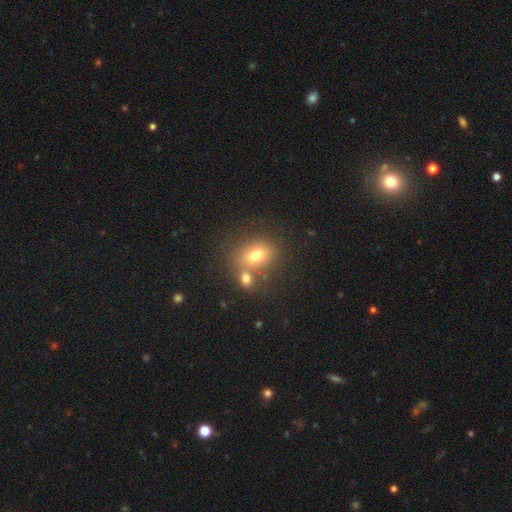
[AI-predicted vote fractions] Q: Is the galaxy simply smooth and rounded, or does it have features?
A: smooth — 73%.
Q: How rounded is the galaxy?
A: in between — 58%.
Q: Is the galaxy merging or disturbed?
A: none — 54%.